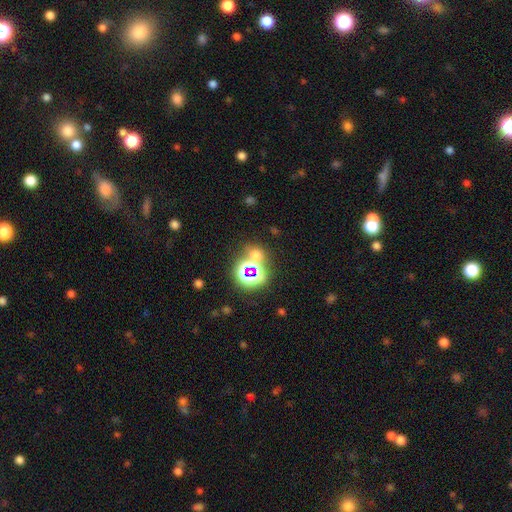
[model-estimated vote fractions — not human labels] The model was most divided on "smooth or featured": star or artifact: 49%, smooth: 41%, featured or disk: 10%.